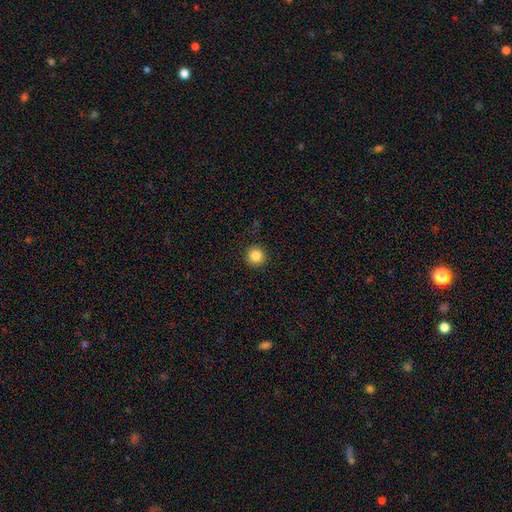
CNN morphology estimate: A smooth galaxy with no disk features (85%) that is round (95%).

Vote fractions:
- Smooth or featured? smooth: 85% / star or artifact: 10% / featured or disk: 4%
- How rounded? round: 95% / in between: 4% / cigar-shaped: 1%
- Merging? none: 92% / minor disturbance: 5% / major disturbance: 2% / merger: 1%